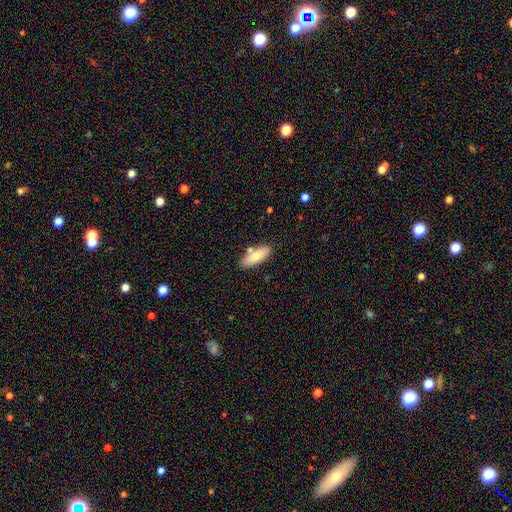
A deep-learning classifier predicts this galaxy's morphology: A smooth galaxy with no disk features (74%) that is in between round and cigar-shaped (69%). Merging: none (81%).